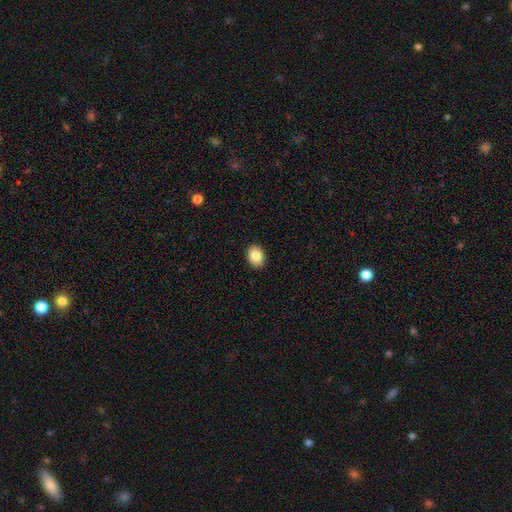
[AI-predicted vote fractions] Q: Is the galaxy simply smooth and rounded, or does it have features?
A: smooth — 85%.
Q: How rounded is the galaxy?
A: in between — 64%.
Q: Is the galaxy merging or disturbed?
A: none — 91%.